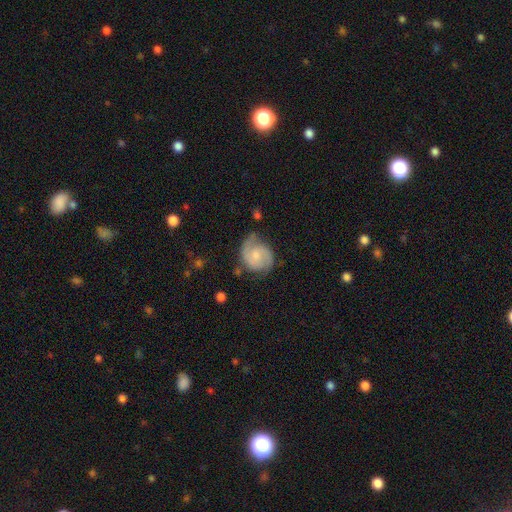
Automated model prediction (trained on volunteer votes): Smooth or featured: featured or disk — 70% (smooth — 24%)
Edge-on disk: no — 98% (yes — 2%)
Bar: no — 53% (weak — 41%)
Spiral arms: yes — 93% (no — 7%)
Spiral winding: medium — 47% (tight — 37%)
Spiral arm count: 2 — 82% (can't tell — 9%)
Bulge size: small — 46% (moderate — 41%)
Merging: none — 65% (minor disturbance — 24%)